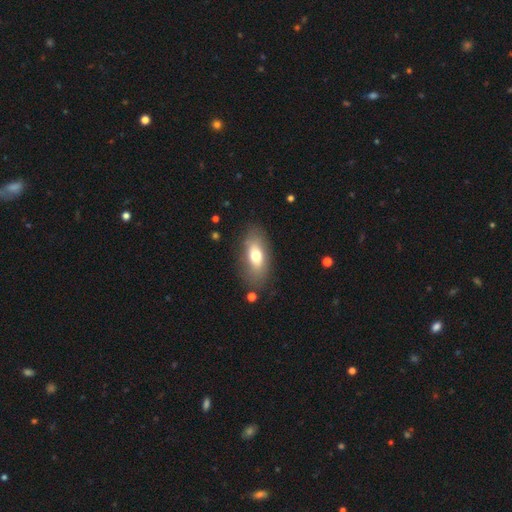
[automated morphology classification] smooth 67%, featured or disk 25%, star or artifact 8%. Down the decision tree: how rounded — in between (84%); merging — none (79%).